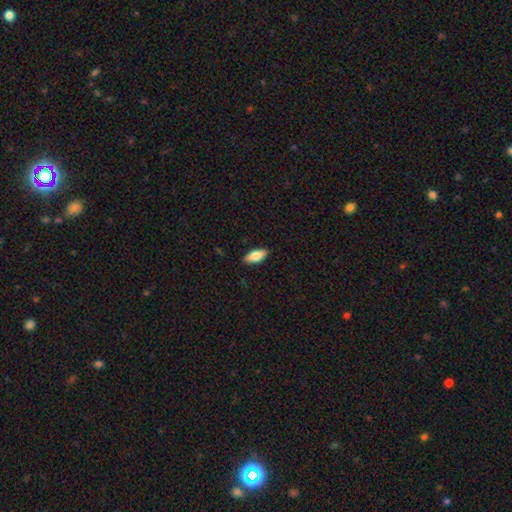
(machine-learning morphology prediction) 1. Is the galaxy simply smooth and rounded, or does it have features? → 81% smooth, 13% featured or disk, 6% star or artifact.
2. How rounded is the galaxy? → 81% in between, 17% cigar-shaped, 2% round.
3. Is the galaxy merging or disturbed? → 89% none, 8% minor disturbance, 2% major disturbance, 1% merger.